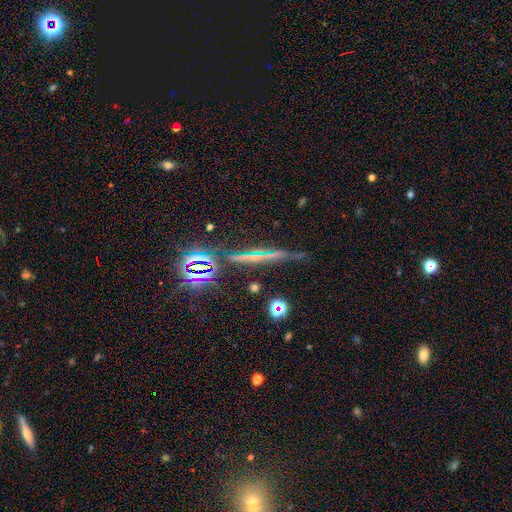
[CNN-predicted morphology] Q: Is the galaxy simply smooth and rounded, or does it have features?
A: featured or disk — 47%.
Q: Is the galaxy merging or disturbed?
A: none — 77%.